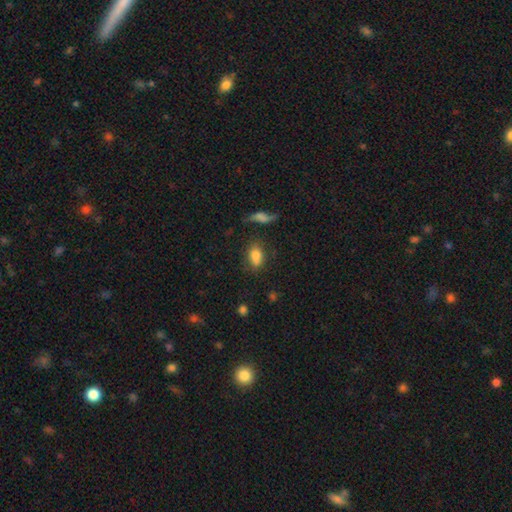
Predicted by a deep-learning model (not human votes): Q: Smooth or featured?
A: smooth (79%); runner-up: featured or disk (11%)
Q: How rounded?
A: in between (84%); runner-up: round (13%)
Q: Merging?
A: none (65%); runner-up: minor disturbance (21%)